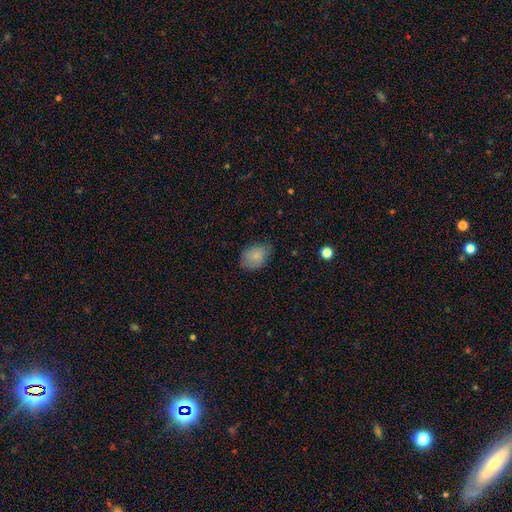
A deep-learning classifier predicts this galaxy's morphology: smooth-or-featured: smooth: 83% | featured or disk: 9% | star or artifact: 8%
  how-rounded: in between: 76% | round: 23% | cigar-shaped: 1%
  merging: none: 70% | minor disturbance: 24% | major disturbance: 5% | merger: 1%